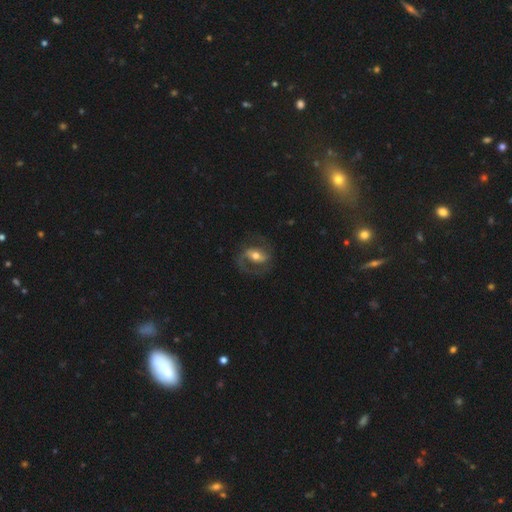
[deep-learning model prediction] featured or disk 78%, smooth 16%, star or artifact 5%. Down the decision tree: edge-on disk — no (96%); bar — strong (43%); spiral arms — yes (88%); spiral arm count — 2 (86%); spiral winding — medium (53%); bulge size — moderate (69%); merging — none (72%).